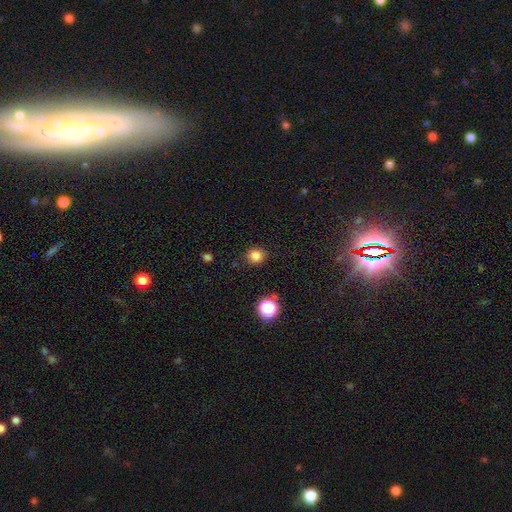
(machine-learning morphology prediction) Overall: smooth (82%). How rounded: round (86%). Merging: none (84%).